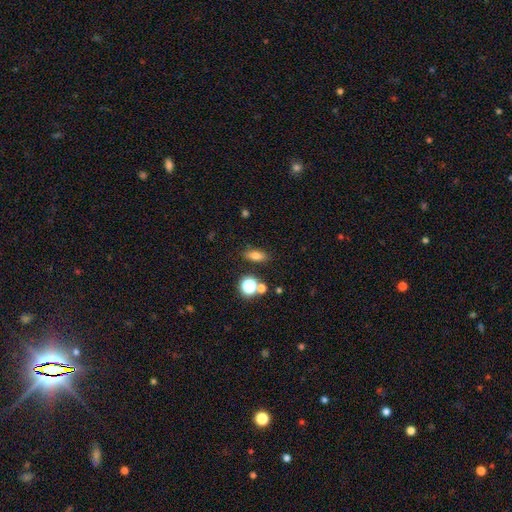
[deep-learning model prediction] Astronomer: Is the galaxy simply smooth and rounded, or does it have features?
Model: smooth — 73%.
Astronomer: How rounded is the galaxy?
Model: in between — 67%.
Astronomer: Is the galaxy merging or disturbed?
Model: none — 80%.